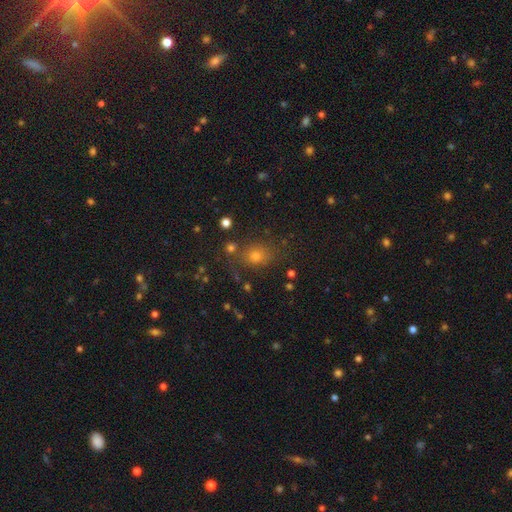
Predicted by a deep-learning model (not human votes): smooth 66%, star or artifact 25%, featured or disk 10%. Down the decision tree: how rounded — round (61%); merging — none (75%).